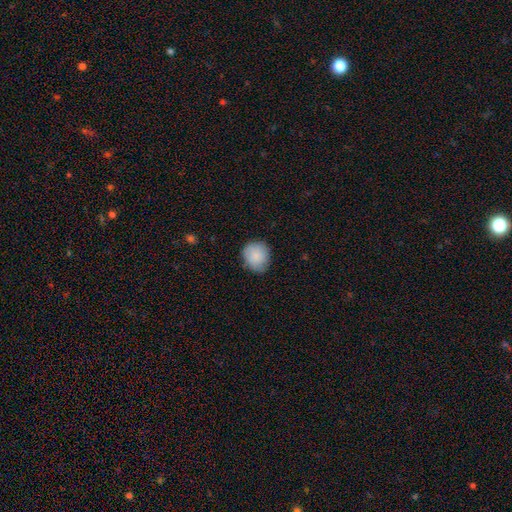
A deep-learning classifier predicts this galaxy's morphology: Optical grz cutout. It shows a smooth galaxy with no disk features (86%) that is round (79%). Merging: none (74%).